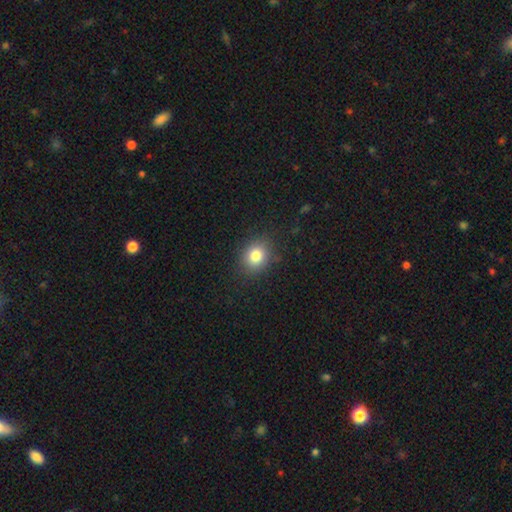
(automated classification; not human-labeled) Smooth or featured? smooth (81%)
How rounded? round (63%)
Merging? none (86%)